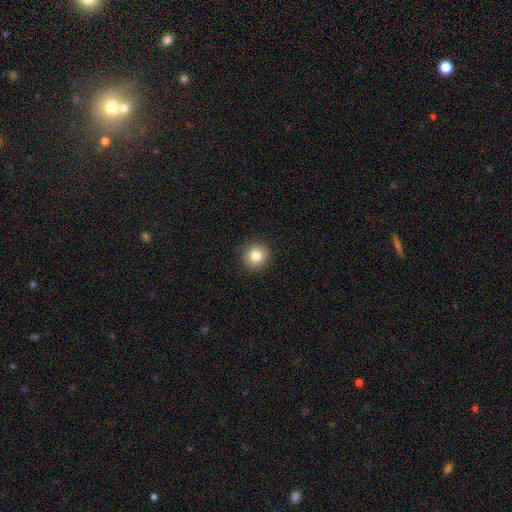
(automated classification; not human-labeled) smooth 82%, star or artifact 11%, featured or disk 7%. Down the decision tree: how rounded — round (93%); merging — none (92%).